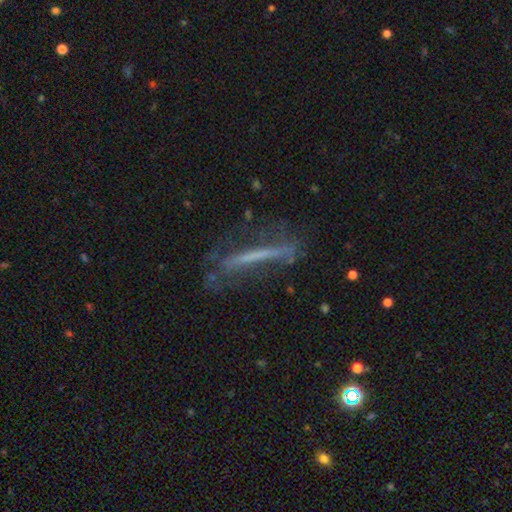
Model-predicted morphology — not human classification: type=featured or disk (56%); edge-on=yes (72%); merging=none (58%).